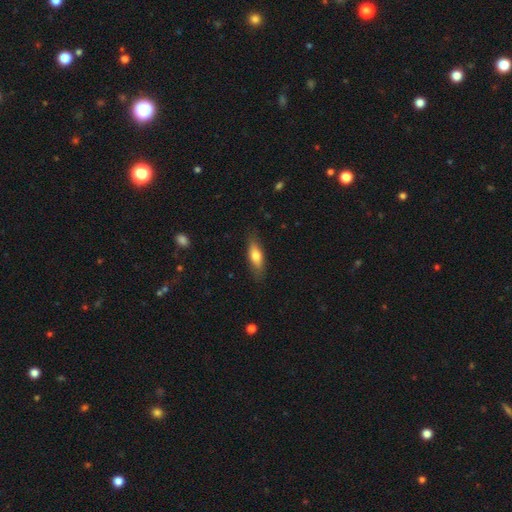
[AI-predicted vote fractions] A smooth galaxy with no disk features (69%) that is in between round and cigar-shaped (55%).

Vote fractions:
- Smooth or featured? smooth: 69% / featured or disk: 25% / star or artifact: 6%
- How rounded? in between: 55% / cigar-shaped: 43% / round: 3%
- Merging? none: 82% / minor disturbance: 14% / major disturbance: 3% / merger: 1%